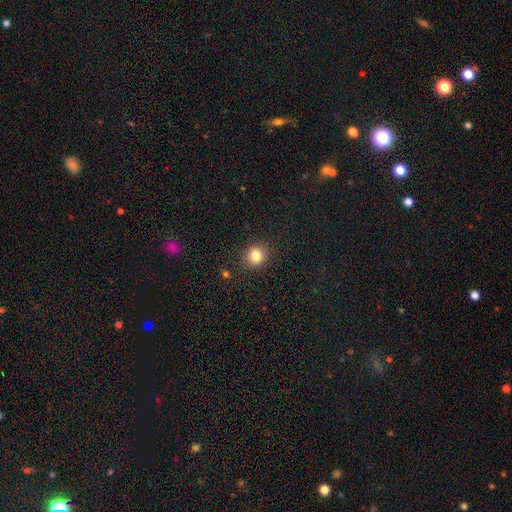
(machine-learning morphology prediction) Smooth or featured: smooth — 83% (star or artifact — 12%)
How rounded: round — 83% (in between — 16%)
Merging: none — 89% (minor disturbance — 7%)